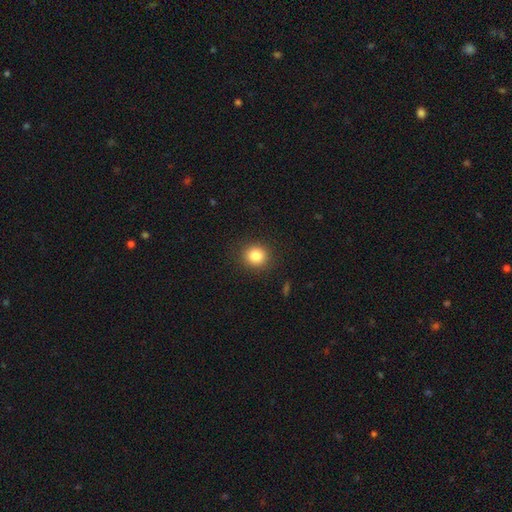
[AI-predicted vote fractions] Smooth or featured: smooth — 84% (star or artifact — 11%)
How rounded: round — 86% (in between — 13%)
Merging: none — 90% (minor disturbance — 7%)